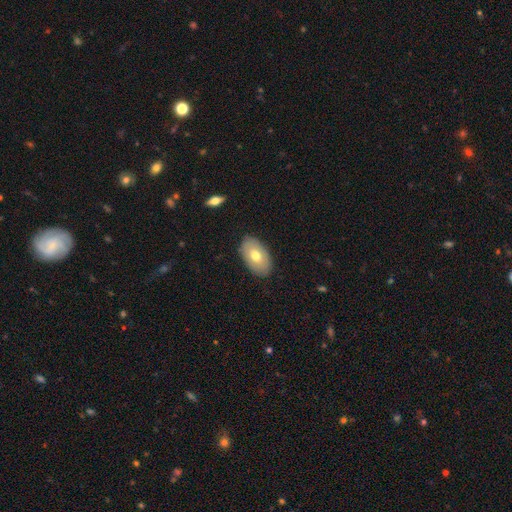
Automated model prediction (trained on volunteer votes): Smooth or featured?
  - smooth: 68% *
  - featured or disk: 26%
  - star or artifact: 6%
How rounded?
  - in between: 93% *
  - round: 5%
  - cigar-shaped: 1%
Merging?
  - none: 87% *
  - minor disturbance: 10%
  - major disturbance: 2%
  - merger: 1%